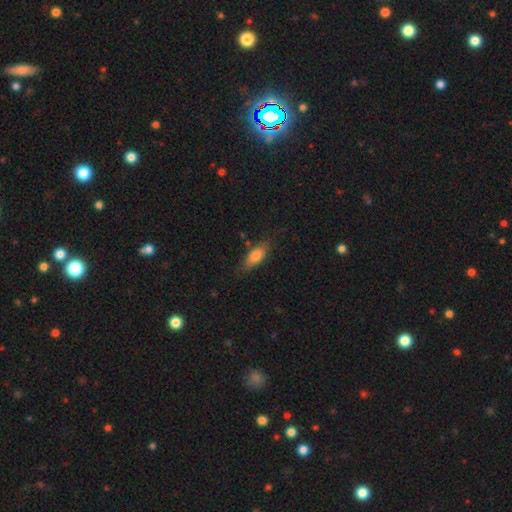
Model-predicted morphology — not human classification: Q: Smooth or featured?
A: smooth (78%); runner-up: featured or disk (14%)
Q: How rounded?
A: in between (76%); runner-up: cigar-shaped (22%)
Q: Merging?
A: none (75%); runner-up: minor disturbance (18%)